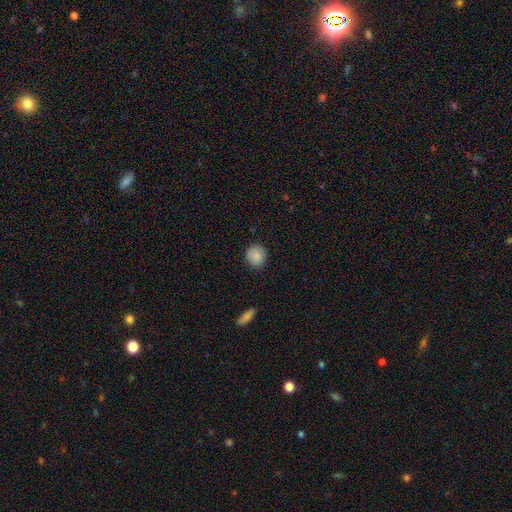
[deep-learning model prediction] smooth-or-featured: smooth: 87% | star or artifact: 8% | featured or disk: 5%
  how-rounded: round: 87% | in between: 12% | cigar-shaped: 1%
  merging: none: 87% | minor disturbance: 10% | major disturbance: 2% | merger: 1%